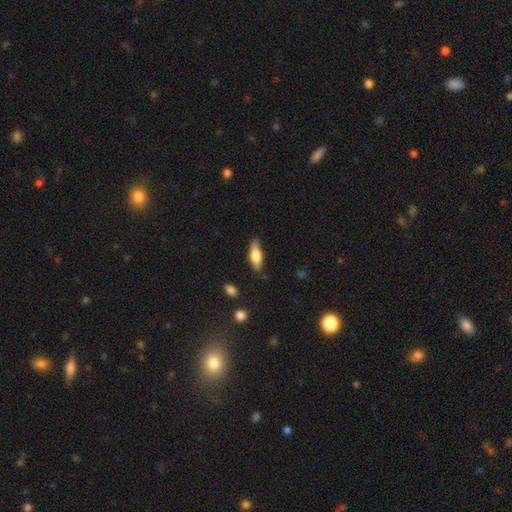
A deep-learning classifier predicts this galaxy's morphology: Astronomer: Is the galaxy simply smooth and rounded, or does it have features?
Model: smooth — 66%.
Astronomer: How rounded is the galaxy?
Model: in between — 57% (runner-up: cigar-shaped, 40%).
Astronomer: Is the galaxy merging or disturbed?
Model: none — 81%.